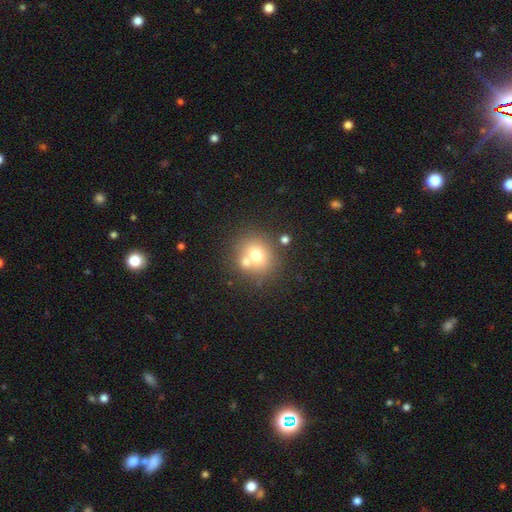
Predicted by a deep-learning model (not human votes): smooth 69%, featured or disk 17%, star or artifact 13%. Down the decision tree: how rounded — round (81%); merging — none (58%).